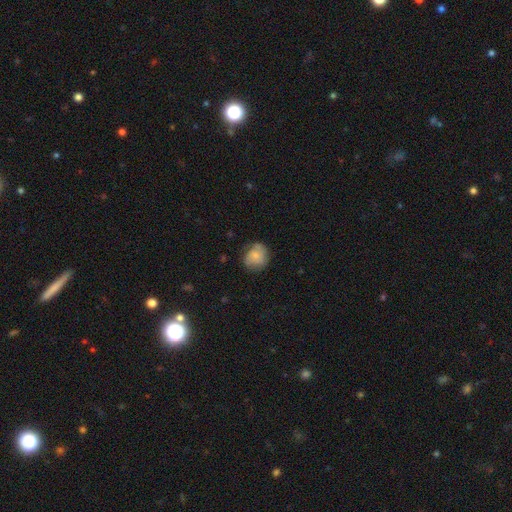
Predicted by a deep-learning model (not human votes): Smooth or featured: smooth — 62% (featured or disk — 31%)
How rounded: round — 78% (in between — 21%)
Merging: none — 64% (minor disturbance — 25%)